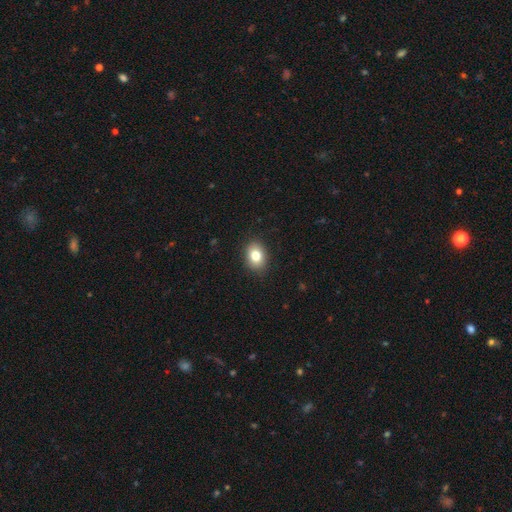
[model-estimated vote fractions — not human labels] Morphology: type=smooth (80%); roundness=in between (62%); merging=none (89%).